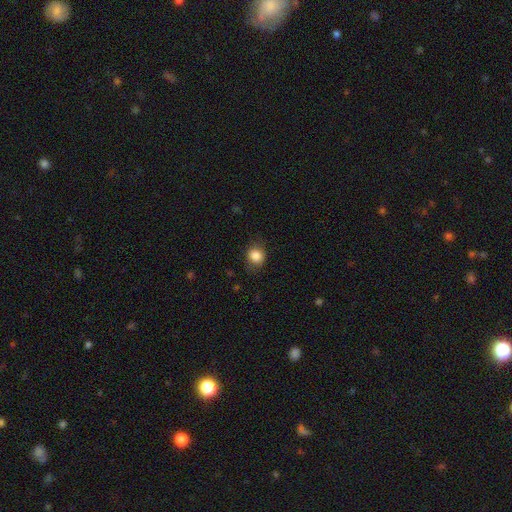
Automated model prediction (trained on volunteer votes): smooth_or_featured: smooth (p=0.85) [alt: star or artifact p=0.09]
how_rounded: round (p=0.73) [alt: in between p=0.26]
merging: none (p=0.78) [alt: minor disturbance p=0.17]